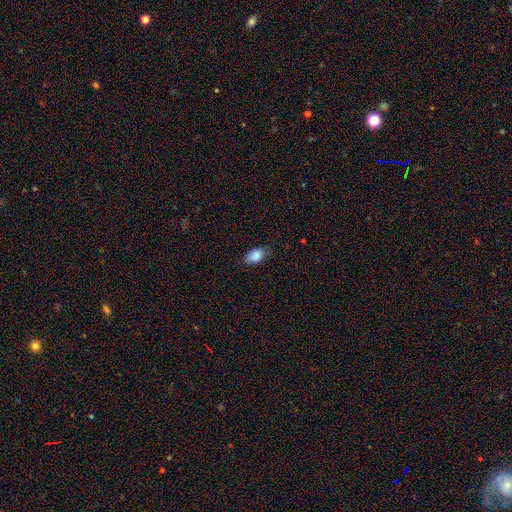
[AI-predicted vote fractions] Overall: smooth (86%). How rounded: in between (88%). Merging: none (75%).